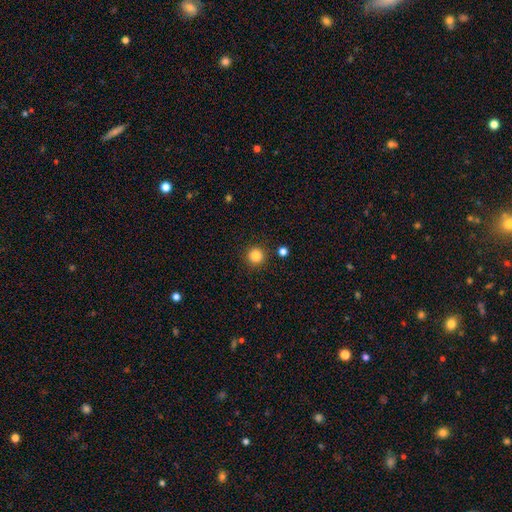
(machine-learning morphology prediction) smooth-or-featured: smooth: 85% | star or artifact: 11% | featured or disk: 4%
  how-rounded: round: 95% | in between: 4% | cigar-shaped: 1%
  merging: none: 91% | minor disturbance: 5% | merger: 2% | major disturbance: 2%